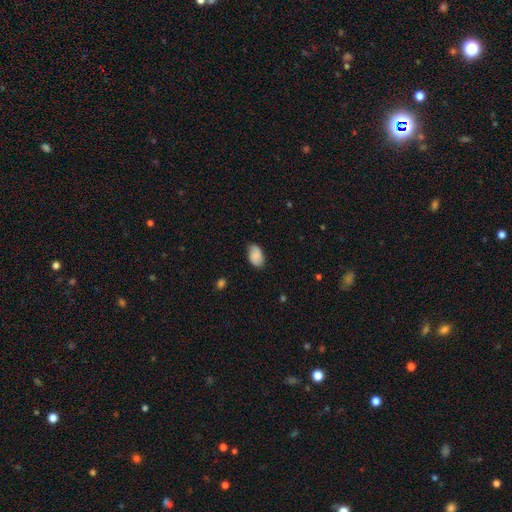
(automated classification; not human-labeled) Smooth or featured? Predicted: smooth (p=0.82). How rounded? Predicted: in between (p=0.91). Merging? Predicted: none (p=0.76).